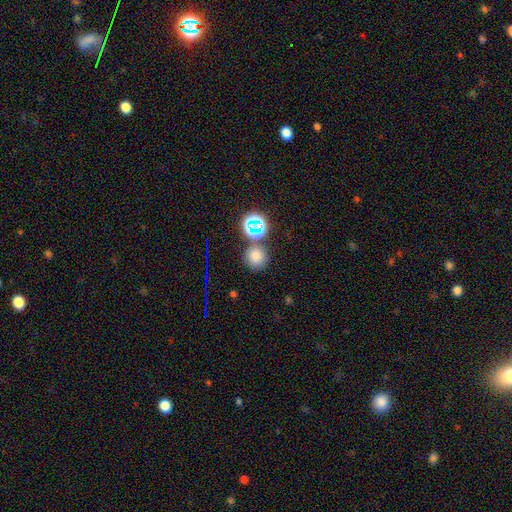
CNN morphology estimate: smooth_or_featured: smooth (p=0.70) [alt: star or artifact p=0.24]
how_rounded: round (p=0.90) [alt: in between p=0.09]
merging: none (p=0.74) [alt: merger p=0.14]